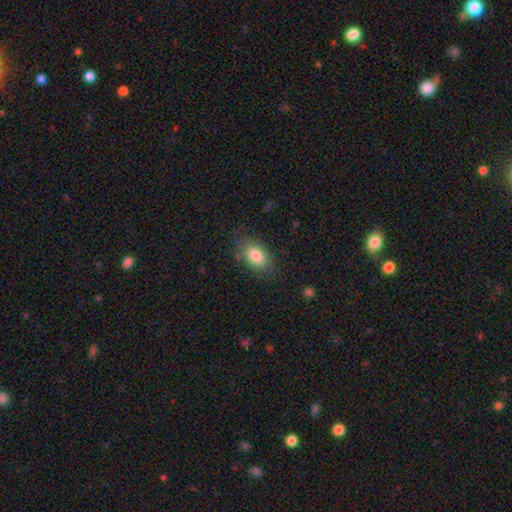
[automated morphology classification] This is clearly a smooth galaxy (82%). How rounded: clearly in between (89%). Merging: likely none (77%).